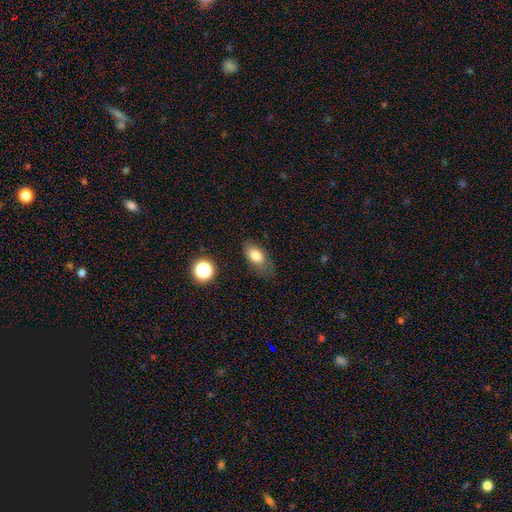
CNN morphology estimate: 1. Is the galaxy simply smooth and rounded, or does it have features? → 80% smooth, 11% featured or disk, 9% star or artifact.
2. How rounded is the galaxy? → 87% in between, 8% round, 5% cigar-shaped.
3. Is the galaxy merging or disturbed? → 64% none, 24% minor disturbance, 10% major disturbance, 2% merger.